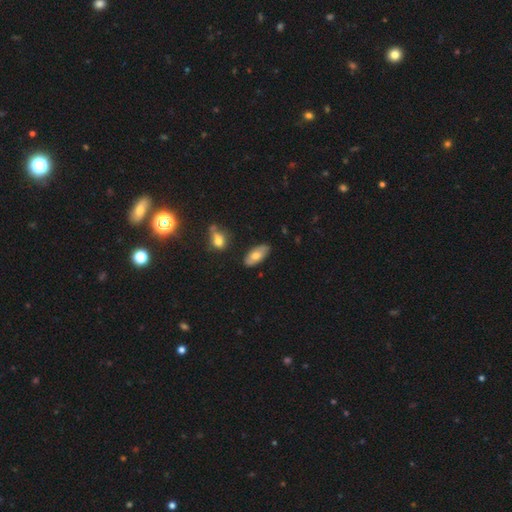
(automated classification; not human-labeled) This is likely a smooth galaxy (64%). How rounded: clearly in between (89%). Merging: clearly none (80%).